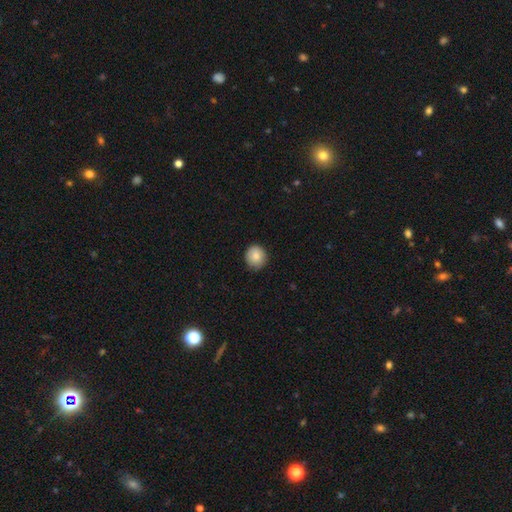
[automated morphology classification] Smooth or featured? Predicted: smooth (p=0.85). How rounded? Predicted: round (p=0.88). Merging? Predicted: none (p=0.85).